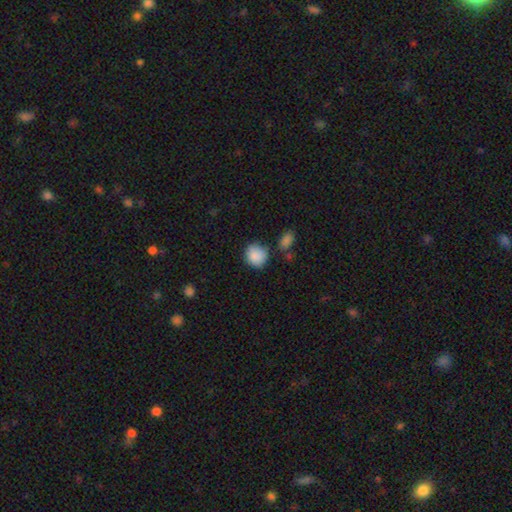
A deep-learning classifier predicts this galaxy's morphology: smooth-or-featured: smooth: 89% | star or artifact: 8% | featured or disk: 4%
  how-rounded: round: 83% | in between: 16% | cigar-shaped: 1%
  merging: none: 73% | minor disturbance: 17% | merger: 6% | major disturbance: 4%